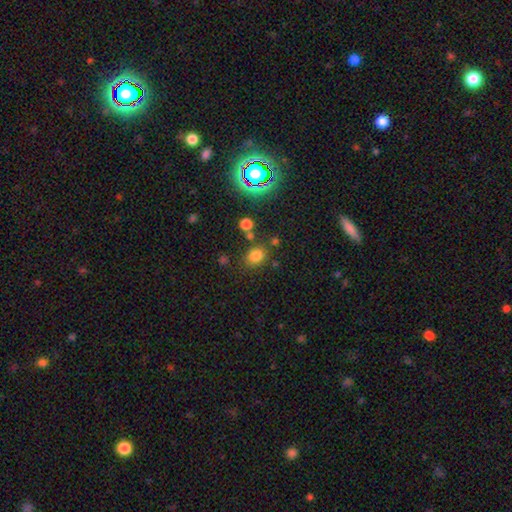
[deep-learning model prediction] smooth_or_featured: smooth (p=0.75) [alt: star or artifact p=0.18]
how_rounded: round (p=0.50) [alt: in between p=0.49]
merging: none (p=0.75) [alt: minor disturbance p=0.12]